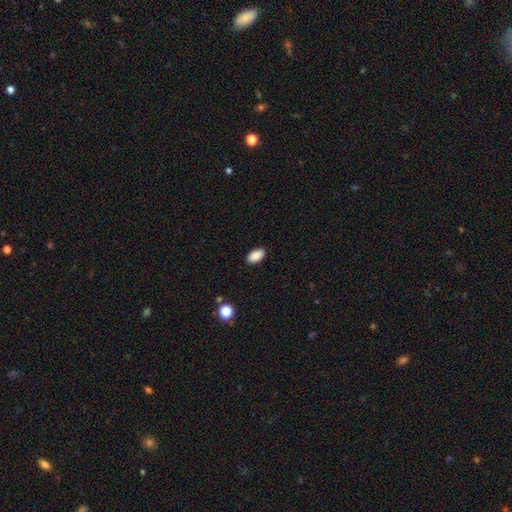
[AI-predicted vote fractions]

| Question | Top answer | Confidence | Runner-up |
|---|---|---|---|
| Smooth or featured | smooth | 89% | star or artifact (8%) |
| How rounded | in between | 94% | round (5%) |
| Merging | none | 89% | minor disturbance (8%) |